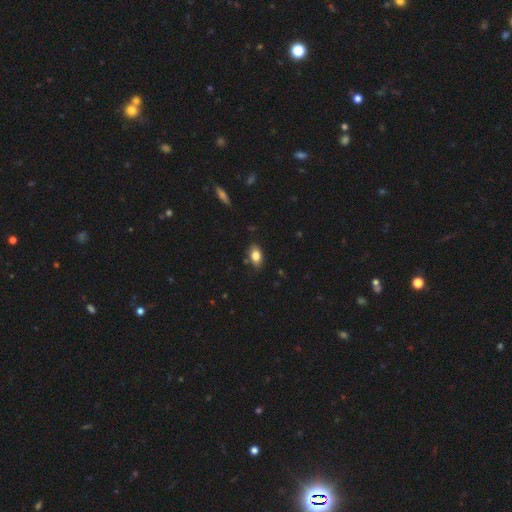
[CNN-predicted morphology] Smooth or featured? Predicted: smooth (p=0.83). How rounded? Predicted: in between (p=0.89). Merging? Predicted: none (p=0.82).